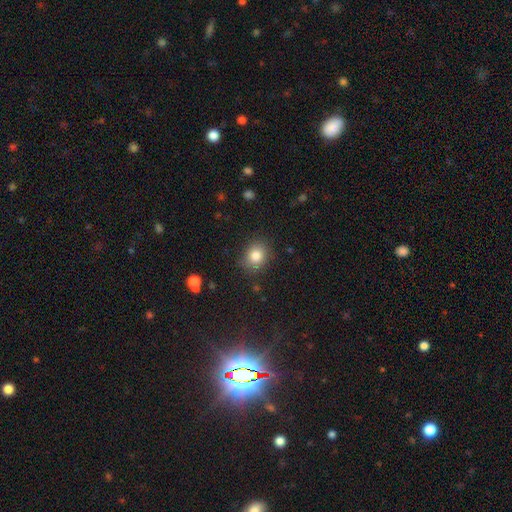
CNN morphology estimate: Smooth or featured?
  - smooth: 83% *
  - star or artifact: 11%
  - featured or disk: 7%
How rounded?
  - round: 63% *
  - in between: 36%
  - cigar-shaped: 1%
Merging?
  - none: 83% *
  - minor disturbance: 12%
  - major disturbance: 3%
  - merger: 1%